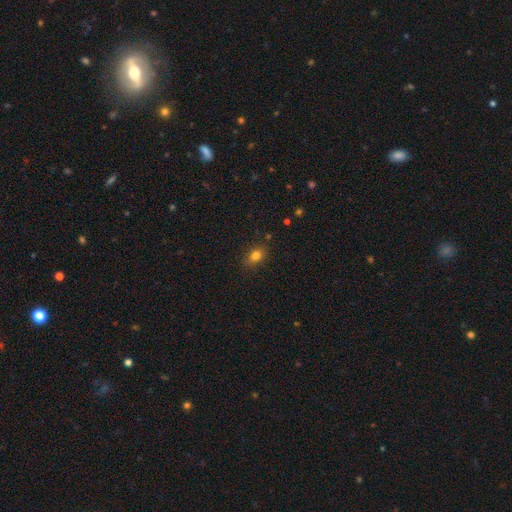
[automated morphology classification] smooth 80%, star or artifact 12%, featured or disk 8%. Down the decision tree: how rounded — in between (67%); merging — none (83%).